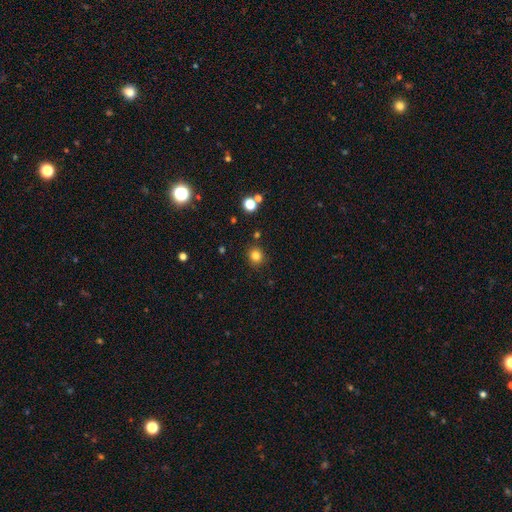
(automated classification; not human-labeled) This is clearly a smooth galaxy (82%). How rounded: clearly round (85%). Merging: clearly none (87%).